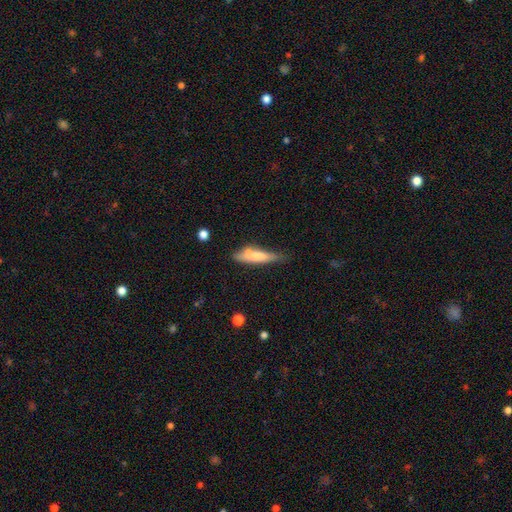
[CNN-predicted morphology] smooth_or_featured: smooth (p=0.69) [alt: featured or disk p=0.24]
how_rounded: cigar-shaped (p=0.72) [alt: in between p=0.27]
merging: none (p=0.51) [alt: minor disturbance p=0.33]